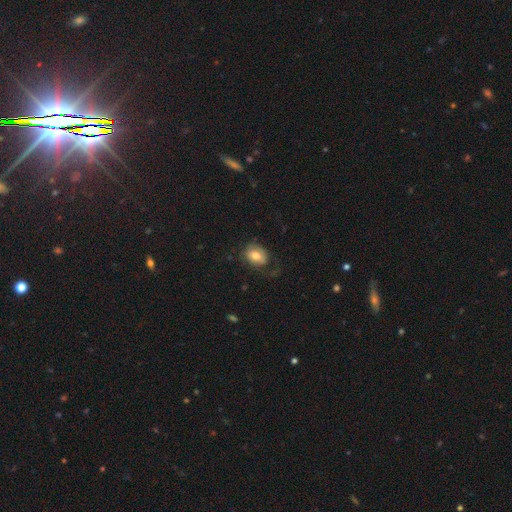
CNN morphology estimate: Smooth or featured: smooth — 72% (featured or disk — 20%)
How rounded: in between — 61% (round — 38%)
Merging: none — 59% (minor disturbance — 21%)